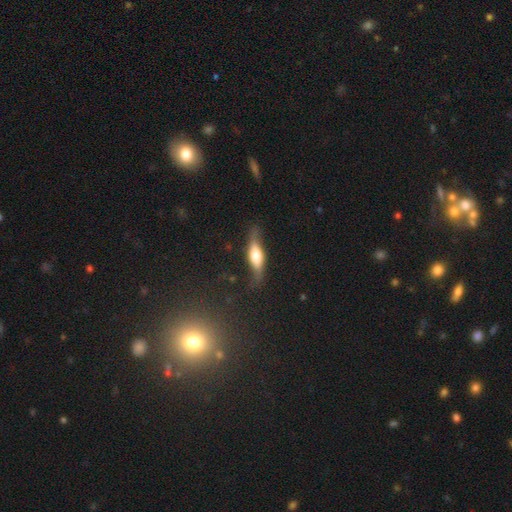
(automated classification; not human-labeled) The model was most divided on "smooth or featured": featured or disk: 53%, smooth: 41%, star or artifact: 6%. More confident: edge-on disk — yes (77%); merging — none (68%).